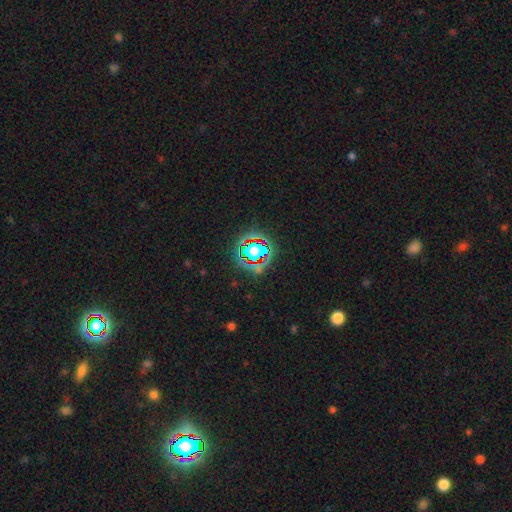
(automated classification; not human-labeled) Smooth or featured: star or artifact — 71% (smooth — 19%)